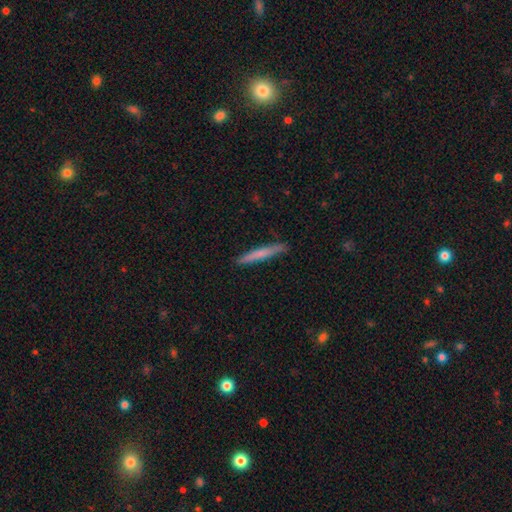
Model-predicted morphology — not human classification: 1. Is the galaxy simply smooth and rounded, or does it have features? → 58% smooth, 36% featured or disk, 7% star or artifact.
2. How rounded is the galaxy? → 96% cigar-shaped, 2% in between, 1% round.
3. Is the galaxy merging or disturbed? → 91% none, 6% minor disturbance, 1% major disturbance, 1% merger.